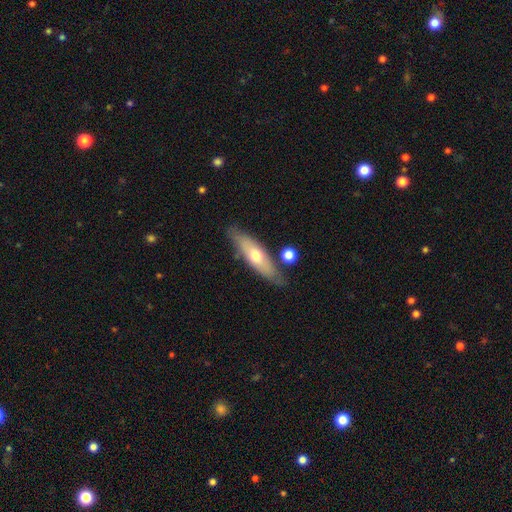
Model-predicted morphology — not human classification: This is possibly a smooth galaxy (52%). How rounded: possibly cigar-shaped (59%). Merging: likely none (75%).